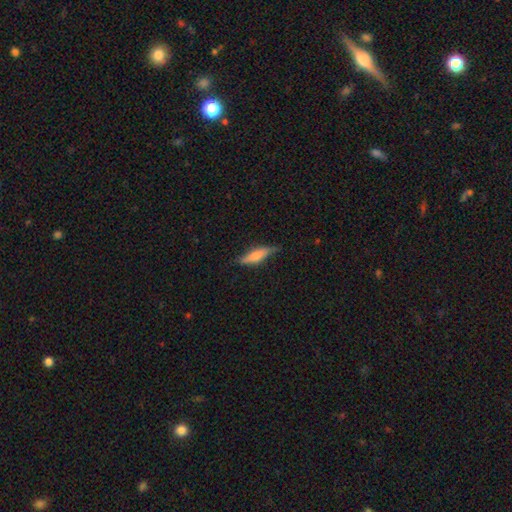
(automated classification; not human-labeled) Smooth or featured? smooth (48%)
Merging? none (77%)